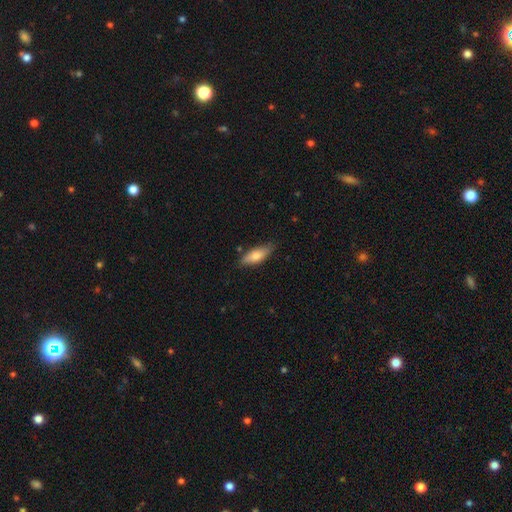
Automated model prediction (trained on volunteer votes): A smooth galaxy with no disk features (74%) that is in between round and cigar-shaped (67%). Merging: none (77%).